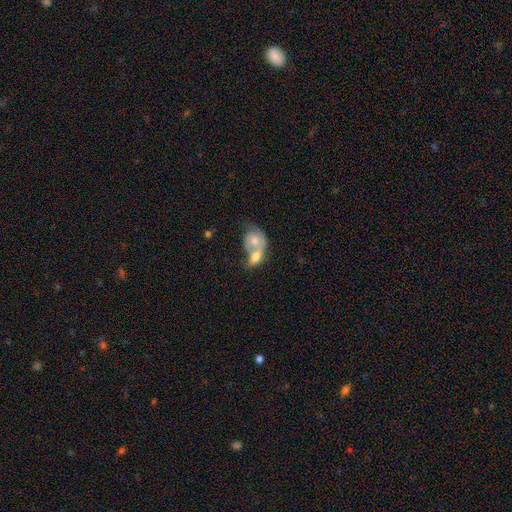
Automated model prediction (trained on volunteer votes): Q: Smooth or featured?
A: smooth (56%); runner-up: featured or disk (37%)
Q: How rounded?
A: in between (65%); runner-up: round (32%)
Q: Merging?
A: merger (78%); runner-up: none (10%)